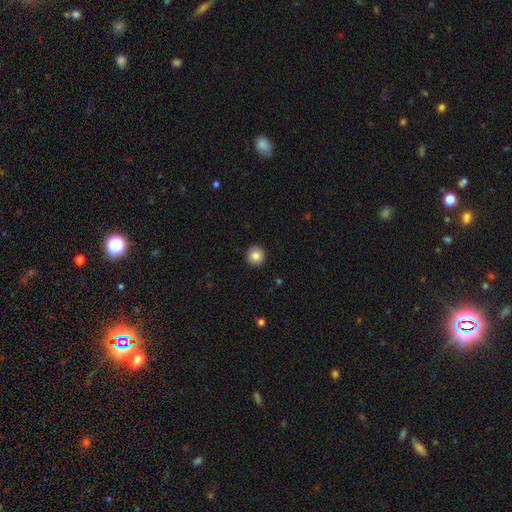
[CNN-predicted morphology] Smooth or featured? Predicted: smooth (p=0.85). How rounded? Predicted: round (p=0.95). Merging? Predicted: none (p=0.93).